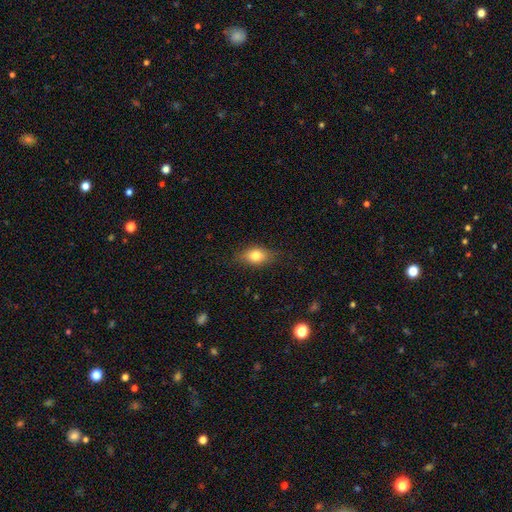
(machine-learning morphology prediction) A smooth galaxy with no disk features (79%) that is in between round and cigar-shaped (78%).

Vote fractions:
- Smooth or featured? smooth: 79% / featured or disk: 13% / star or artifact: 9%
- How rounded? in between: 78% / round: 17% / cigar-shaped: 5%
- Merging? none: 81% / minor disturbance: 14% / major disturbance: 3% / merger: 1%